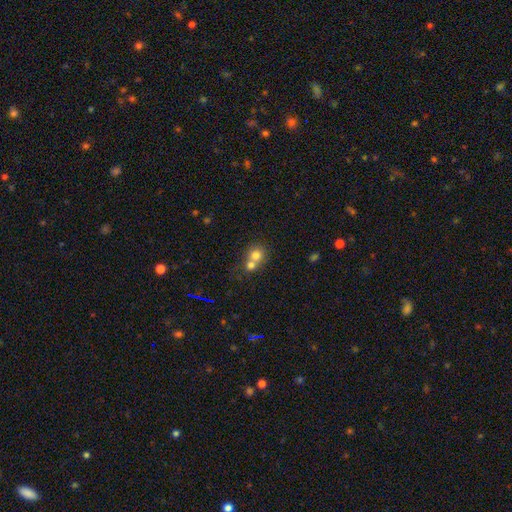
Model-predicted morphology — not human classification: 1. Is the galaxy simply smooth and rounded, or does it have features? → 75% smooth, 14% featured or disk, 11% star or artifact.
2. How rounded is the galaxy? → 83% round, 17% in between, 1% cigar-shaped.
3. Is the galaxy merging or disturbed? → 61% merger, 31% none, 5% minor disturbance, 2% major disturbance.